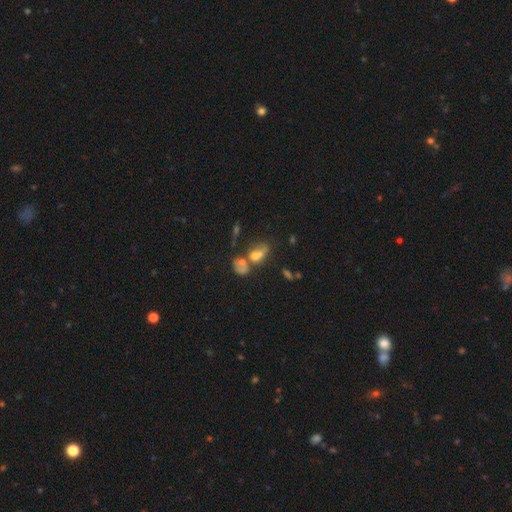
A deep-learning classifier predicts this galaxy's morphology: Smooth or featured? Predicted: smooth (p=0.44). Merging? Predicted: merger (p=0.51).